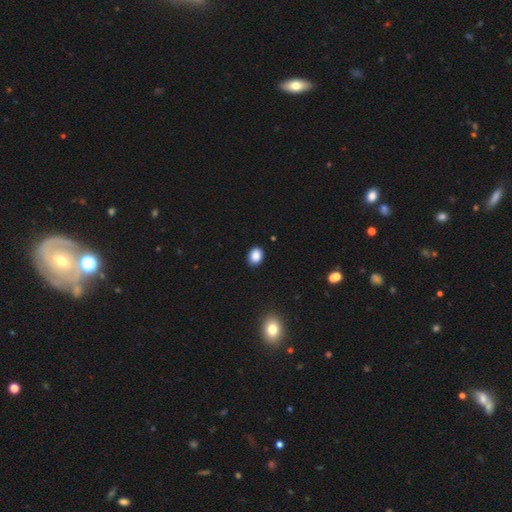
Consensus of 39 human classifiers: A smooth galaxy with no disk features (90%) that is in between round and cigar-shaped (63%). Merging: none (91%).